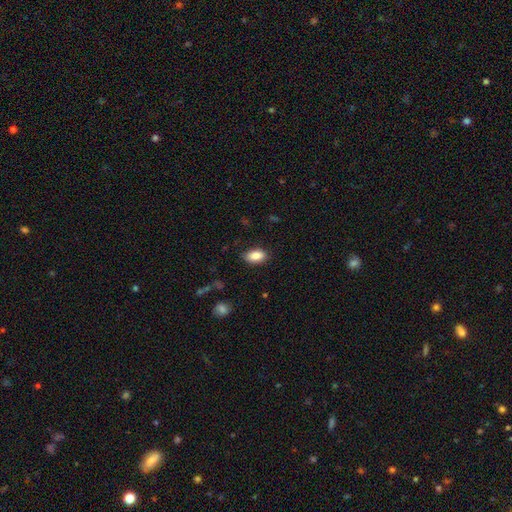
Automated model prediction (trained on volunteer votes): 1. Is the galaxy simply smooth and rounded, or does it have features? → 87% smooth, 7% star or artifact, 5% featured or disk.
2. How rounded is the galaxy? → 92% in between, 5% round, 3% cigar-shaped.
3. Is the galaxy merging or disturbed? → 86% none, 11% minor disturbance, 2% major disturbance, 1% merger.